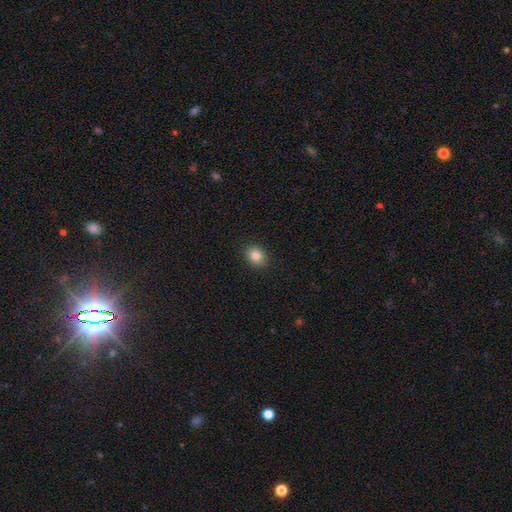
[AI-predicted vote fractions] smooth 83%, star or artifact 10%, featured or disk 7%. Down the decision tree: how rounded — round (54%); merging — none (89%).